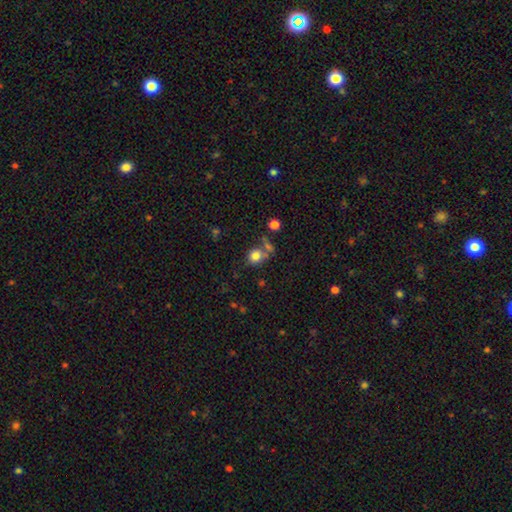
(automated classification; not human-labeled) A smooth galaxy with no disk features (80%) that is round (75%).

Vote fractions:
- Smooth or featured? smooth: 80% / star or artifact: 12% / featured or disk: 9%
- How rounded? round: 75% / in between: 24% / cigar-shaped: 1%
- Merging? none: 53% / merger: 25% / minor disturbance: 15% / major disturbance: 8%